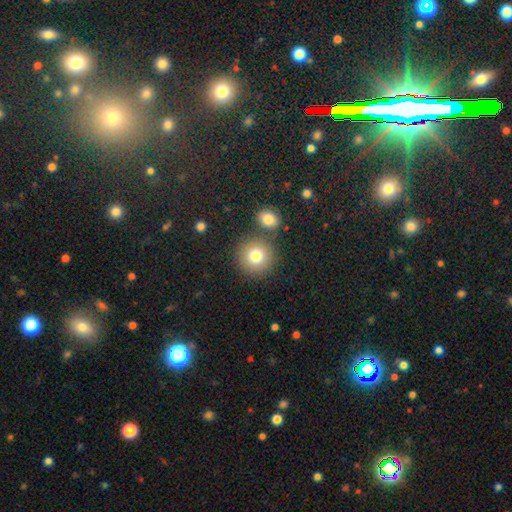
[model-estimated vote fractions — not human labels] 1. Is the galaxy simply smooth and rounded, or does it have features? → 79% smooth, 10% featured or disk, 10% star or artifact.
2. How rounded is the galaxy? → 93% round, 6% in between, 1% cigar-shaped.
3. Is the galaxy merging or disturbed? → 76% none, 14% merger, 8% minor disturbance, 3% major disturbance.